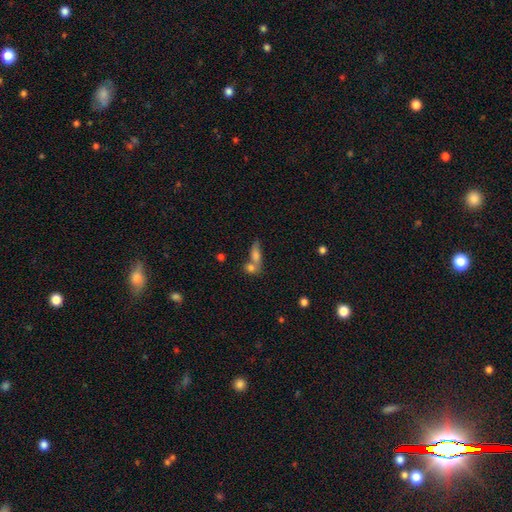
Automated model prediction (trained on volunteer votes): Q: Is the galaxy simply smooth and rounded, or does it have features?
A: smooth — 71%.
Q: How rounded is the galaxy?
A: in between — 61%.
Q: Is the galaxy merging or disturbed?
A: merger — 47%.